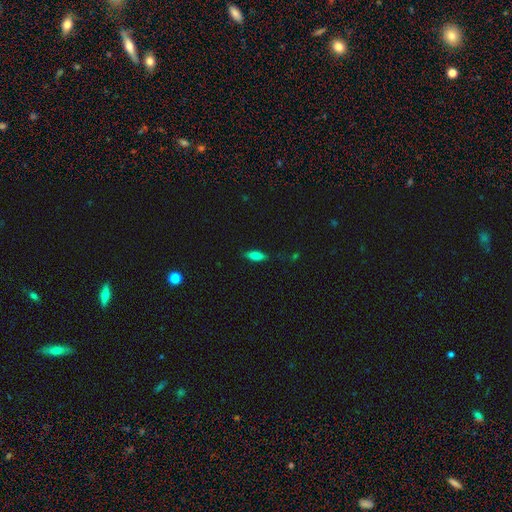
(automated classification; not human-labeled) Smooth or featured?
  - smooth: 70% *
  - featured or disk: 22%
  - star or artifact: 8%
How rounded?
  - in between: 56% *
  - cigar-shaped: 42%
  - round: 3%
Merging?
  - none: 80% *
  - minor disturbance: 15%
  - major disturbance: 3%
  - merger: 1%